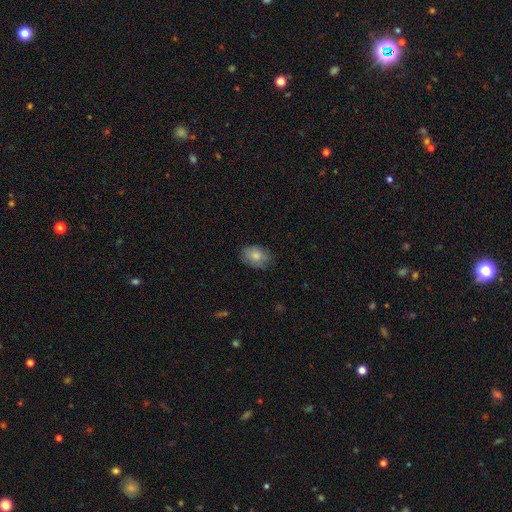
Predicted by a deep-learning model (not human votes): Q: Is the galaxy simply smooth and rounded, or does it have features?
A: smooth — 82%.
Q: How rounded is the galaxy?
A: in between — 77%.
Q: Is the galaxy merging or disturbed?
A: none — 79%.